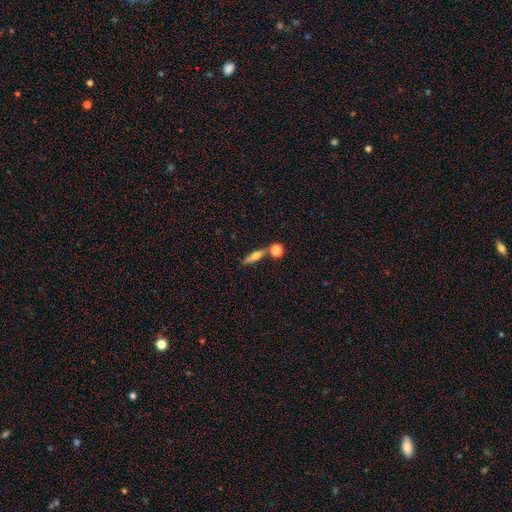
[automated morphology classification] smooth-or-featured: smooth: 47% | featured or disk: 43% | star or artifact: 9%
  merging: none: 67% | merger: 19% | minor disturbance: 11% | major disturbance: 4%